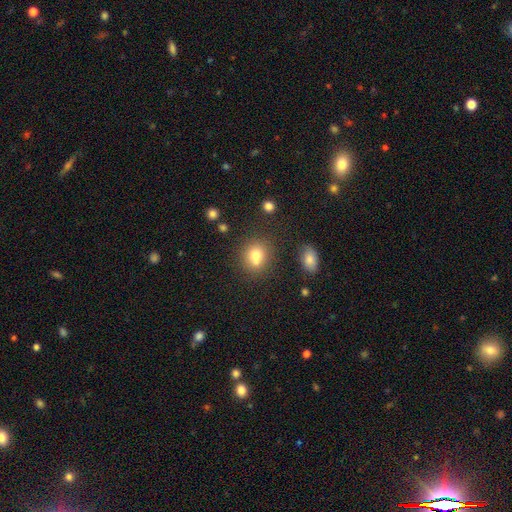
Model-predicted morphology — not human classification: smooth-or-featured: smooth: 74% | featured or disk: 13% | star or artifact: 13%
  how-rounded: round: 70% | in between: 29% | cigar-shaped: 1%
  merging: none: 51% | merger: 32% | minor disturbance: 12% | major disturbance: 4%